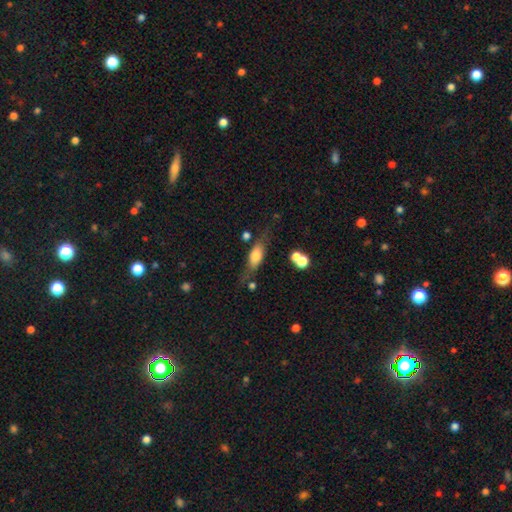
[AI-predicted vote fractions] Smooth or featured: smooth — 58% (featured or disk — 34%)
How rounded: in between — 65% (cigar-shaped — 30%)
Merging: none — 62% (minor disturbance — 21%)